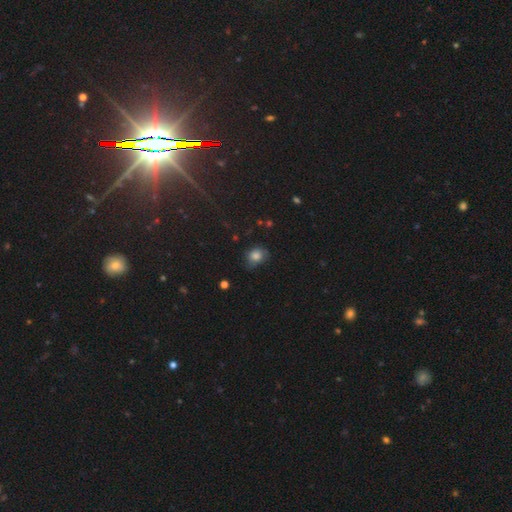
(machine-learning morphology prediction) smooth 79%, star or artifact 12%, featured or disk 9%. Down the decision tree: how rounded — round (63%); merging — none (57%).